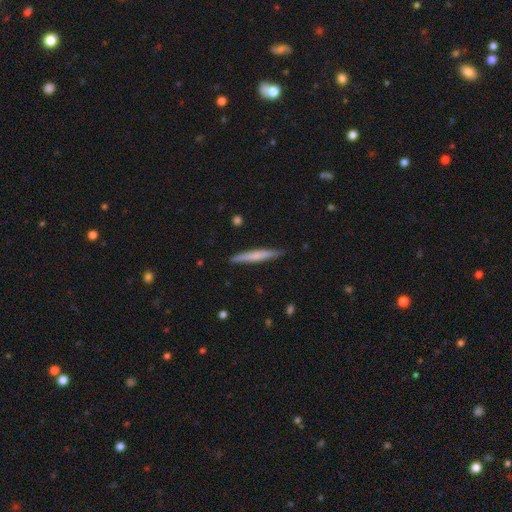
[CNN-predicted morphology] smooth 59%, featured or disk 36%, star or artifact 5%. Down the decision tree: how rounded — cigar-shaped (96%); merging — none (88%).